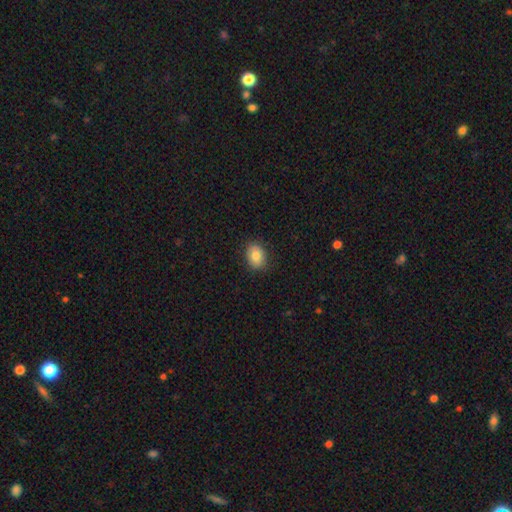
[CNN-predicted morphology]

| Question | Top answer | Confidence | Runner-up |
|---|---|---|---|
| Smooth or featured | smooth | 81% | featured or disk (10%) |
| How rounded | in between | 70% | round (29%) |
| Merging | none | 86% | minor disturbance (10%) |